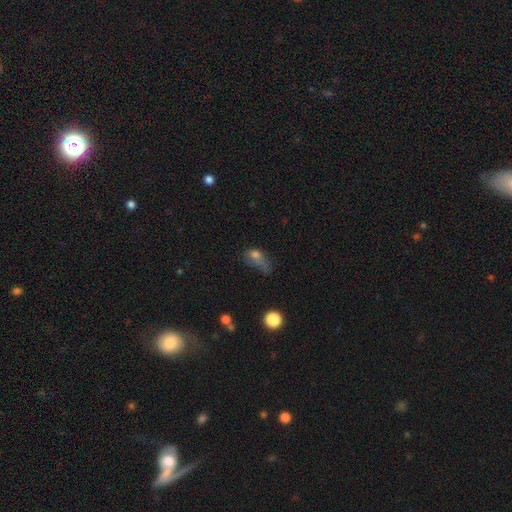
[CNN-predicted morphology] Smooth or featured? Predicted: smooth (p=0.63). How rounded? Predicted: in between (p=0.70). Merging? Predicted: major disturbance (p=0.44).